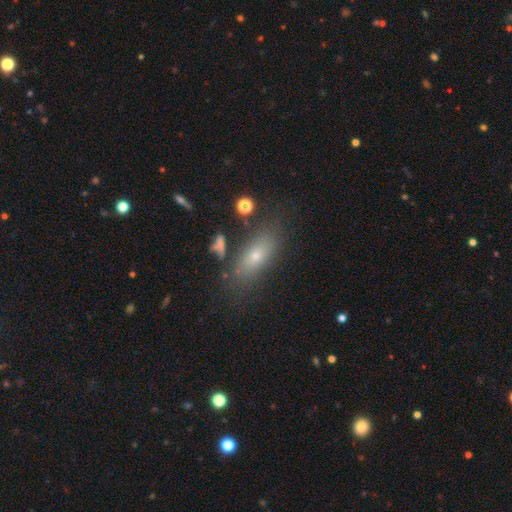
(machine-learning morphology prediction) smooth_or_featured: smooth (p=0.67) [alt: featured or disk p=0.22]
how_rounded: in between (p=0.74) [alt: cigar-shaped p=0.20]
merging: none (p=0.72) [alt: minor disturbance p=0.16]